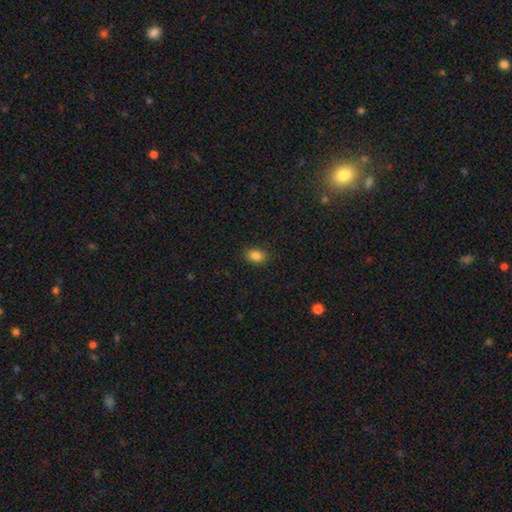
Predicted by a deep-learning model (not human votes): Smooth or featured: smooth — 85% (star or artifact — 10%)
How rounded: in between — 75% (round — 23%)
Merging: none — 87% (minor disturbance — 10%)